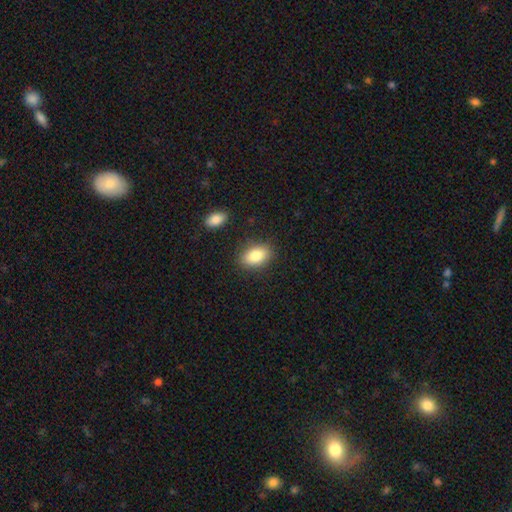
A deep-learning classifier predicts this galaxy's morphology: Smooth or featured? smooth (83%)
How rounded? in between (88%)
Merging? none (85%)